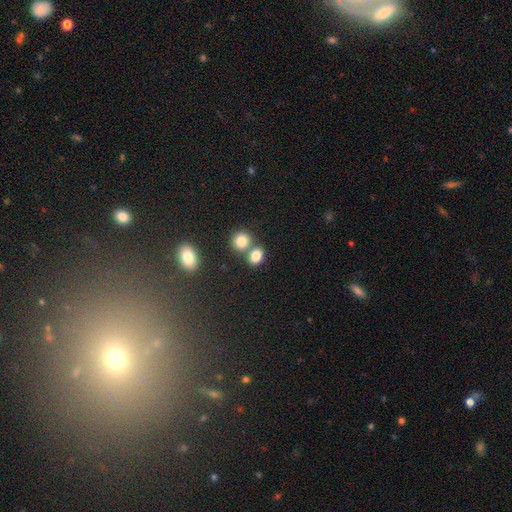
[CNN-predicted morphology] smooth_or_featured: smooth (p=0.82) [alt: star or artifact p=0.11]
how_rounded: in between (p=0.54) [alt: round p=0.44]
merging: none (p=0.52) [alt: merger p=0.35]